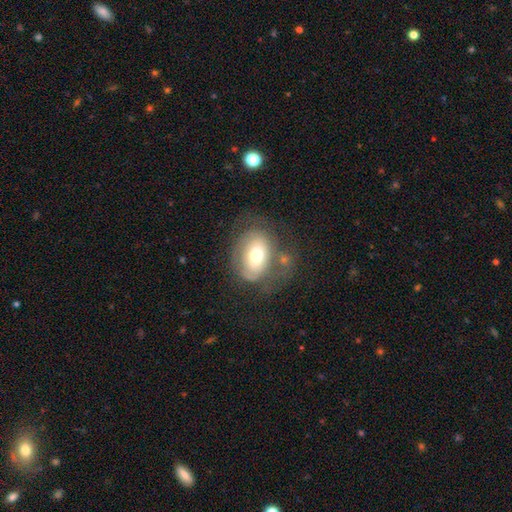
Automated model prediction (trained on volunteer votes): smooth_or_featured: smooth (p=0.50) [alt: featured or disk p=0.41]
merging: none (p=0.46) [alt: minor disturbance p=0.24]